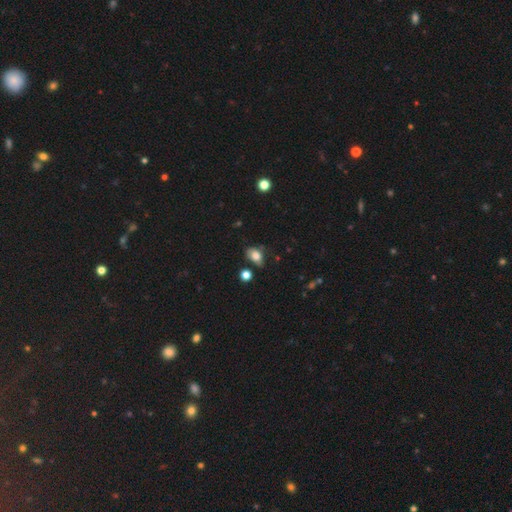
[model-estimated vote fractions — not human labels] Q: Smooth or featured?
A: smooth (78%); runner-up: featured or disk (12%)
Q: How rounded?
A: in between (78%); runner-up: round (20%)
Q: Merging?
A: none (54%); runner-up: minor disturbance (29%)